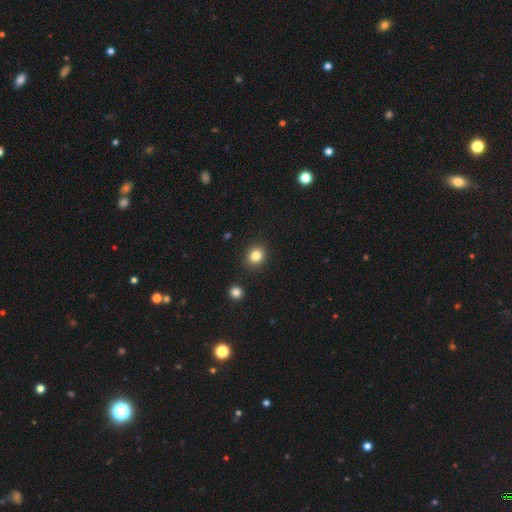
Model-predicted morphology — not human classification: Smooth or featured: smooth — 83% (star or artifact — 11%)
How rounded: round — 71% (in between — 28%)
Merging: none — 89% (minor disturbance — 7%)